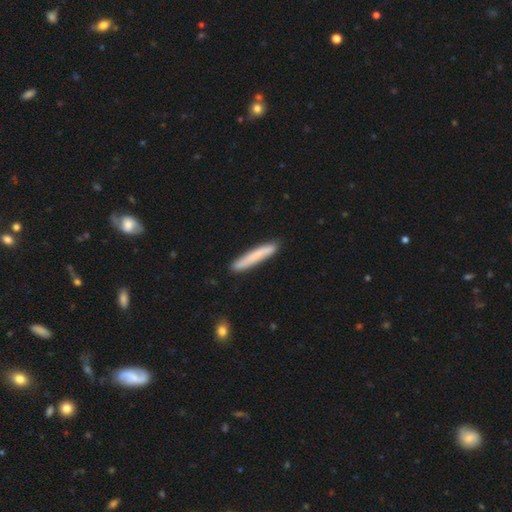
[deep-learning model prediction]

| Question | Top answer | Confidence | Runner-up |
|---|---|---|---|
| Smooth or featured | smooth | 75% | featured or disk (19%) |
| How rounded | cigar-shaped | 95% | in between (4%) |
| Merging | none | 88% | minor disturbance (9%) |